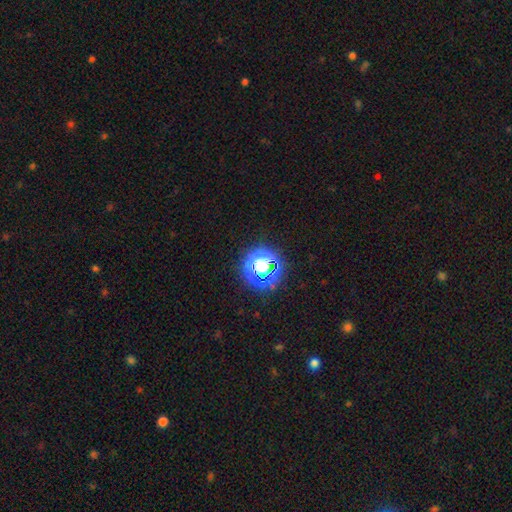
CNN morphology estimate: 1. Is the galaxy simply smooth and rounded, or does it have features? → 62% star or artifact, 28% smooth, 10% featured or disk.